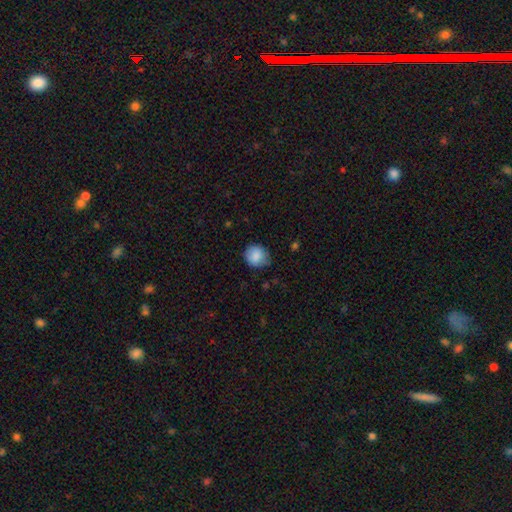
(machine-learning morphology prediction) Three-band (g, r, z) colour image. It shows a smooth galaxy with no disk features (85%) that is round (79%). Merging: none (74%).